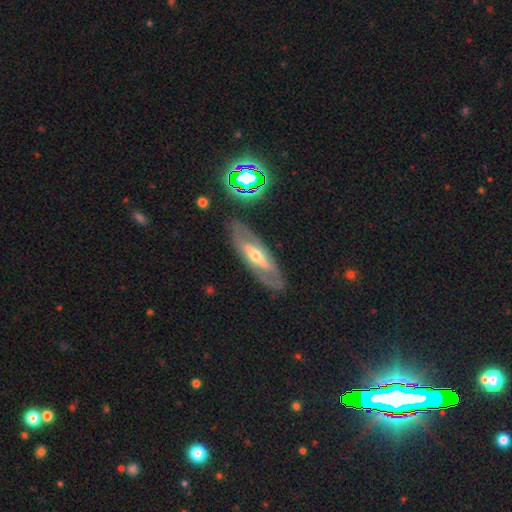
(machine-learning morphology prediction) Smooth or featured? Predicted: featured or disk (p=0.70). Edge-on disk? Predicted: no (p=0.75). Bar? Predicted: no (p=0.38). Spiral arms? Predicted: yes (p=0.50, tied with no). Bulge size? Predicted: moderate (p=0.63). Merging? Predicted: none (p=0.82).